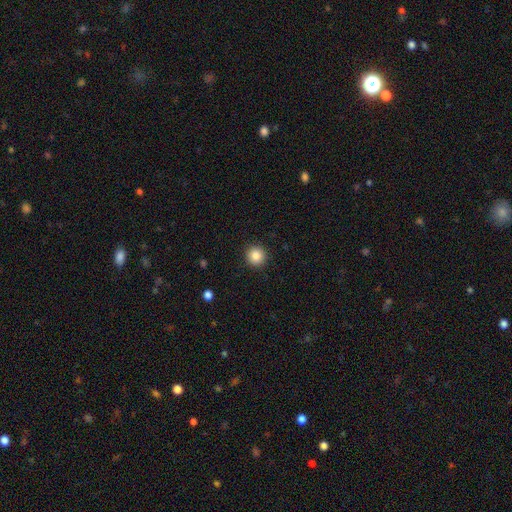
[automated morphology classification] Overall: smooth (86%). How rounded: round (95%). Merging: none (92%).